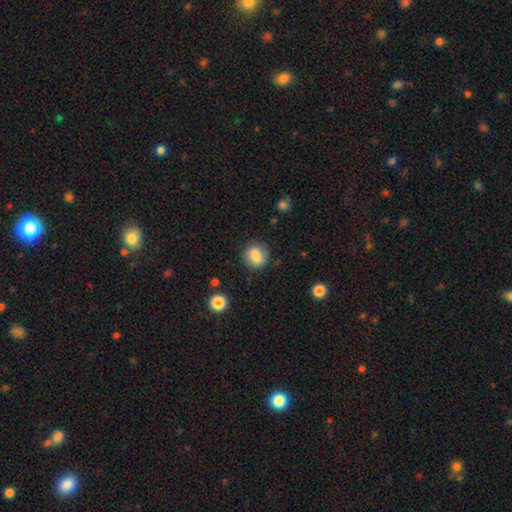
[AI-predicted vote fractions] This appears to be a smooth galaxy with no disk features (74%) that is round (81%). Merging: none (82%).